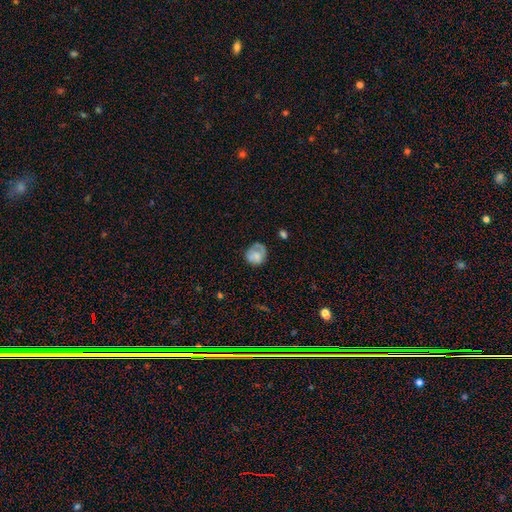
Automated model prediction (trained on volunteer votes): Morphology: type=smooth (70%); roundness=round (74%); merging=none (53%).